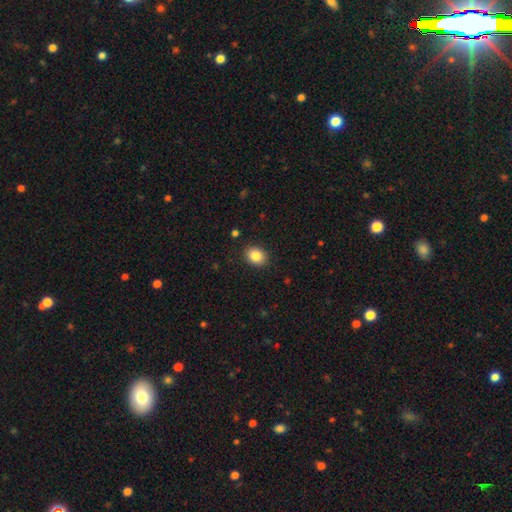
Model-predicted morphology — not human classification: smooth_or_featured: smooth (p=0.85) [alt: star or artifact p=0.09]
how_rounded: in between (p=0.55) [alt: round p=0.44]
merging: none (p=0.89) [alt: minor disturbance p=0.08]